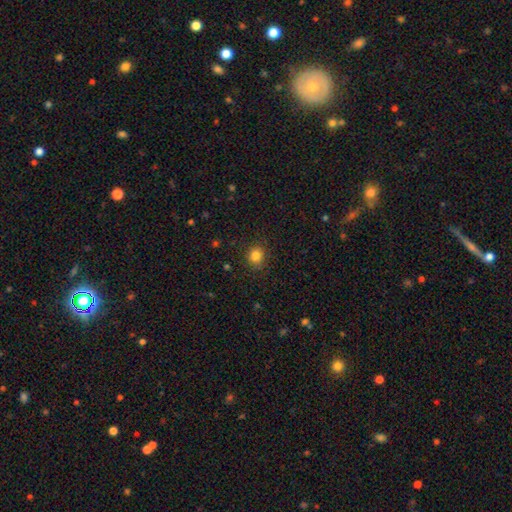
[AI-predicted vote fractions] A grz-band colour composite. It shows a smooth galaxy with no disk features (84%) that is round (83%). Merging: none (88%).